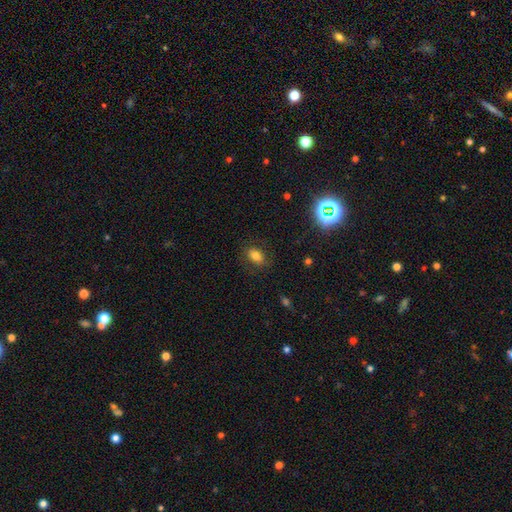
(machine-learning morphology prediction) Smooth or featured? smooth (78%)
How rounded? in between (77%)
Merging? none (81%)